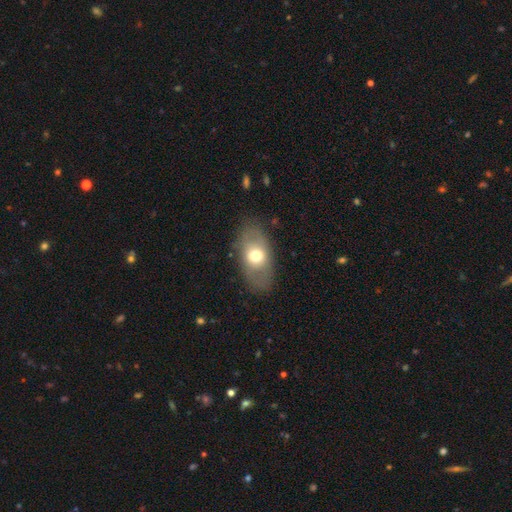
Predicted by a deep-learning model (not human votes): This is likely a smooth galaxy (61%). How rounded: clearly in between (86%). Merging: clearly none (80%).